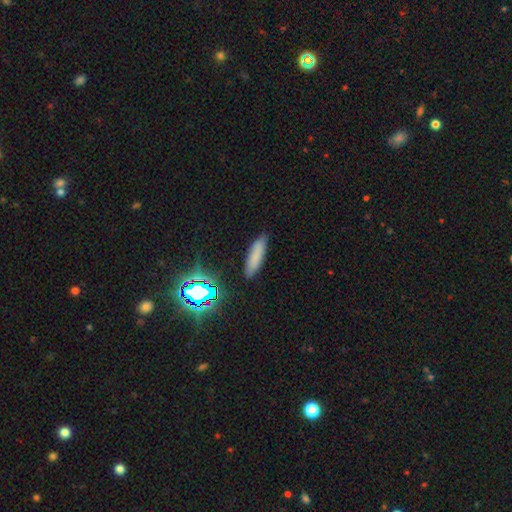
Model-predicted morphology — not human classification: Smooth or featured?
  - smooth: 74% *
  - star or artifact: 15%
  - featured or disk: 11%
How rounded?
  - cigar-shaped: 66% *
  - in between: 31%
  - round: 2%
Merging?
  - none: 86% *
  - minor disturbance: 10%
  - major disturbance: 2%
  - merger: 1%